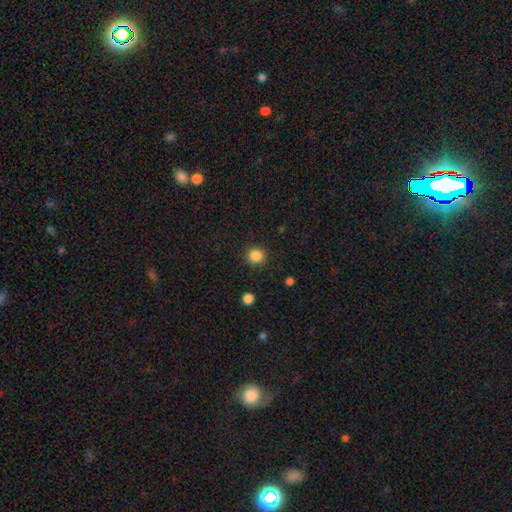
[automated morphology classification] Q: Smooth or featured?
A: smooth (86%); runner-up: star or artifact (11%)
Q: How rounded?
A: round (93%); runner-up: in between (6%)
Q: Merging?
A: none (90%); runner-up: minor disturbance (6%)